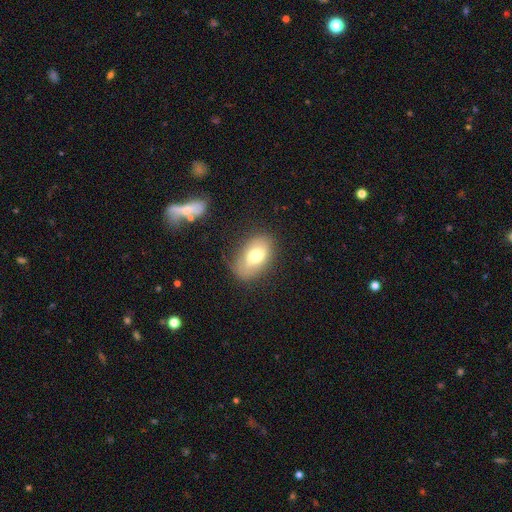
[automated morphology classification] This appears to be a smooth galaxy with no disk features (66%) that is in between round and cigar-shaped (89%). Merging: none (68%).